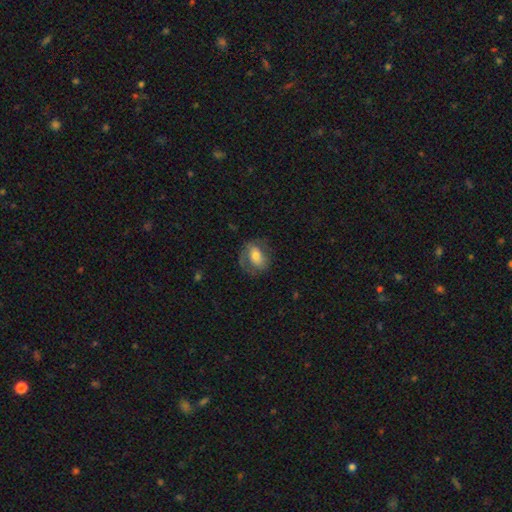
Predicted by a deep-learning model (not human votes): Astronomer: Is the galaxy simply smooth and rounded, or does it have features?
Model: smooth — 51% (runner-up: featured or disk, 42%).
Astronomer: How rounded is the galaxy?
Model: in between — 77%.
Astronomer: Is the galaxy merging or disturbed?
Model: none — 59%.